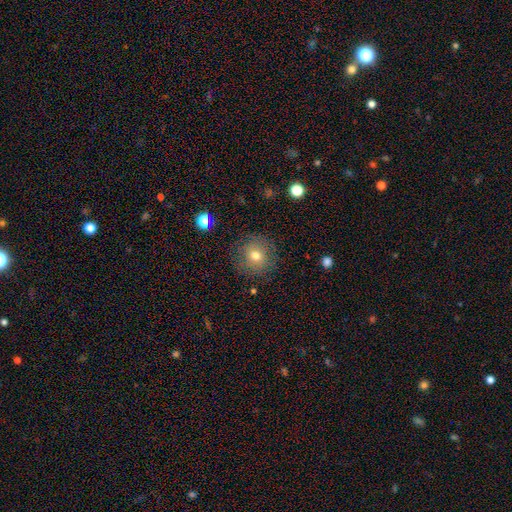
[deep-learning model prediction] Q: Smooth or featured?
A: smooth (73%); runner-up: featured or disk (15%)
Q: How rounded?
A: round (91%); runner-up: in between (8%)
Q: Merging?
A: none (85%); runner-up: minor disturbance (9%)